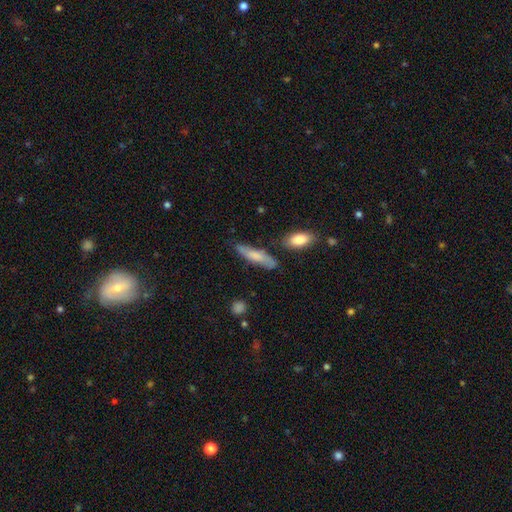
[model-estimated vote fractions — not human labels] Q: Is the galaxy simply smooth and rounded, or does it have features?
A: smooth — 64%.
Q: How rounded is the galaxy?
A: cigar-shaped — 71%.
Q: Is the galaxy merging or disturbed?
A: none — 71%.